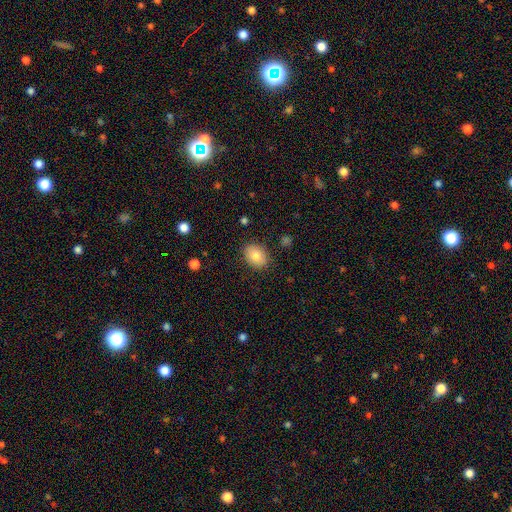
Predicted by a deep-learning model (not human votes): A smooth galaxy with no disk features (81%) that is in between round and cigar-shaped (64%). Merging: none (86%).